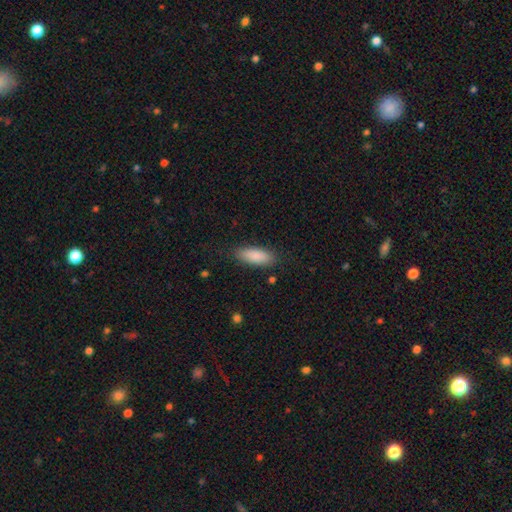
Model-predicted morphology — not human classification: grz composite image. It shows a smooth galaxy with no disk features (87%) that is in between round and cigar-shaped (72%). Merging: none (85%).